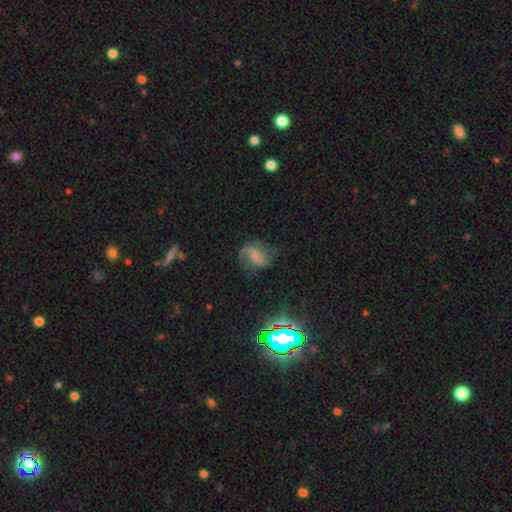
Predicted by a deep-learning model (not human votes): This is likely a featured or disk galaxy (68%). It is clearly not viewed edge-on (98%). Bar: marginally no (43%). Spiral arm pattern: clearly yes (92%). Spiral arm count: clearly 2 (82%). Spiral winding: possibly loose (52%). Central bulge: likely none (61%). Merging: possibly none (59%).